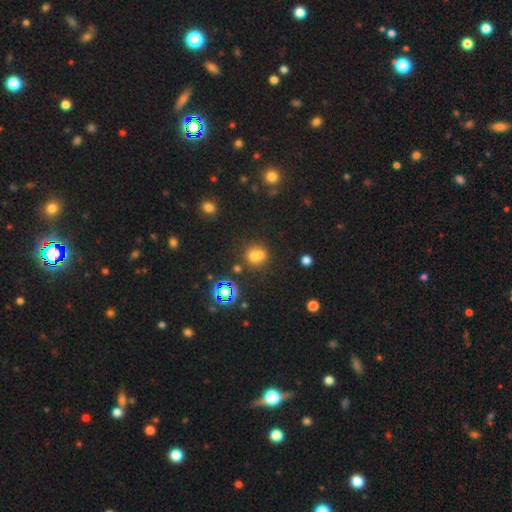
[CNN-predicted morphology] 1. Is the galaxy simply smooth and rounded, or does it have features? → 64% smooth, 23% star or artifact, 13% featured or disk.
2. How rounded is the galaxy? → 77% round, 22% in between, 1% cigar-shaped.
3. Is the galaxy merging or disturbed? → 47% none, 38% merger, 10% minor disturbance, 5% major disturbance.